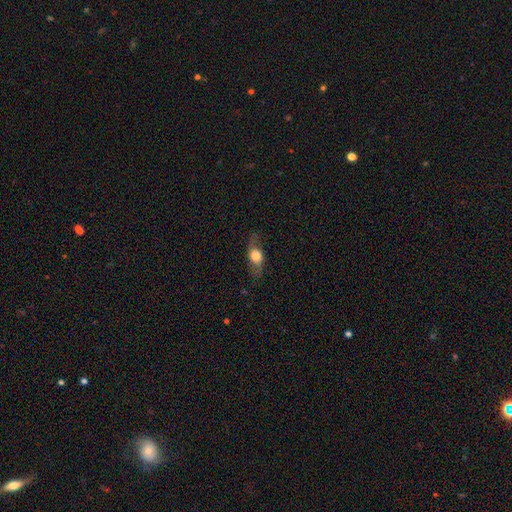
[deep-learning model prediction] smooth-or-featured: smooth: 58% | featured or disk: 34% | star or artifact: 8%
  how-rounded: in between: 63% | round: 24% | cigar-shaped: 13%
  merging: none: 72% | minor disturbance: 17% | major disturbance: 10% | merger: 1%